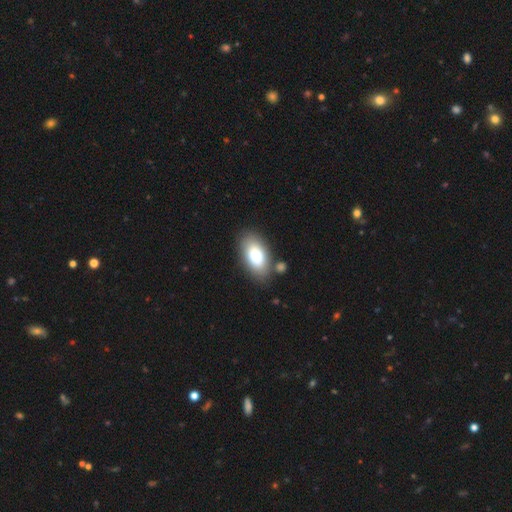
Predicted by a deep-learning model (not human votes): Smooth or featured: smooth — 77% (featured or disk — 16%)
How rounded: in between — 93% (round — 4%)
Merging: none — 76% (minor disturbance — 11%)